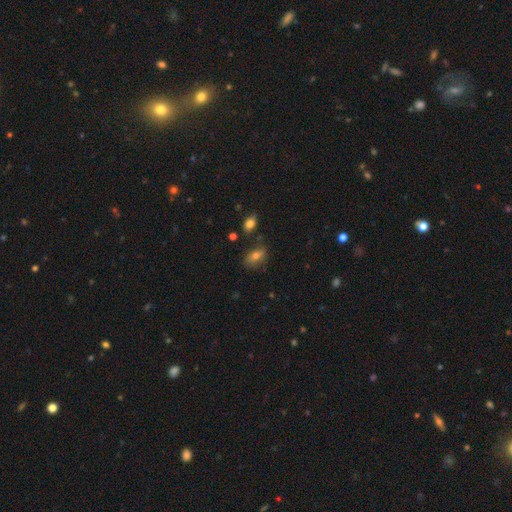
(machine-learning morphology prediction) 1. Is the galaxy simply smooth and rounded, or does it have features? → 69% smooth, 19% featured or disk, 12% star or artifact.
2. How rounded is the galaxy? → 83% in between, 12% round, 5% cigar-shaped.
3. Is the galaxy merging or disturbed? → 70% none, 20% minor disturbance, 6% major disturbance, 5% merger.